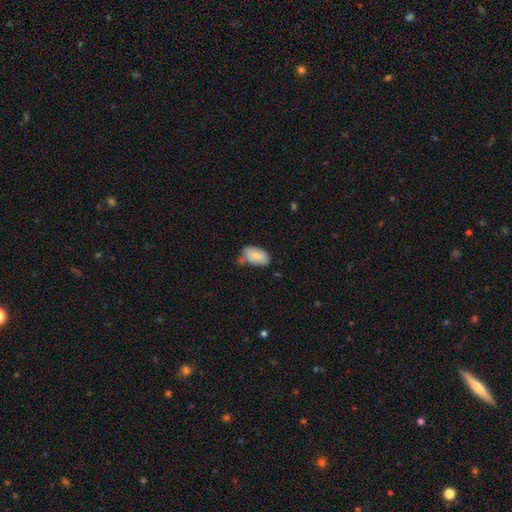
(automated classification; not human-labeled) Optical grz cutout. It shows a smooth galaxy with no disk features (81%) that is in between round and cigar-shaped (94%). Merging: none (59%).